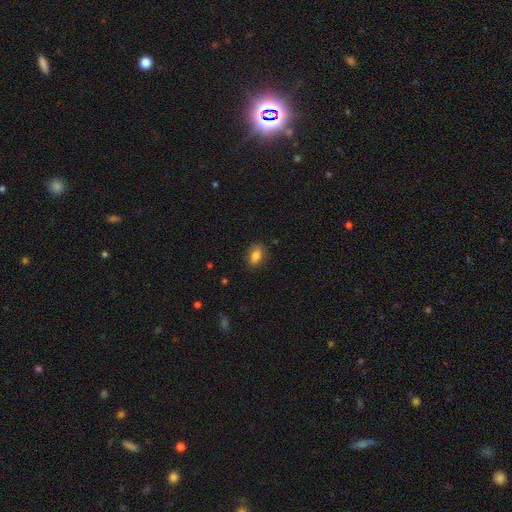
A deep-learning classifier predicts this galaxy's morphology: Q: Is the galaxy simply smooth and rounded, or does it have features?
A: smooth — 82%.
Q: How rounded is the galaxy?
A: in between — 83%.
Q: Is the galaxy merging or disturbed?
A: none — 82%.